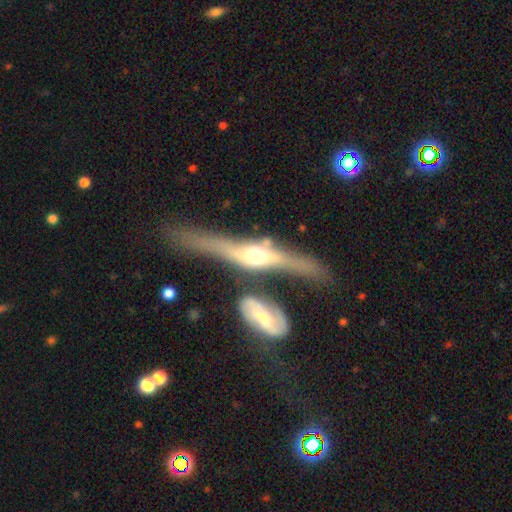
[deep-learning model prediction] Smooth or featured? Predicted: featured or disk (p=0.78). Edge-on disk? Predicted: yes (p=0.90). Edge-on bulge? Predicted: rounded (p=0.92). Merging? Predicted: none (p=0.53).